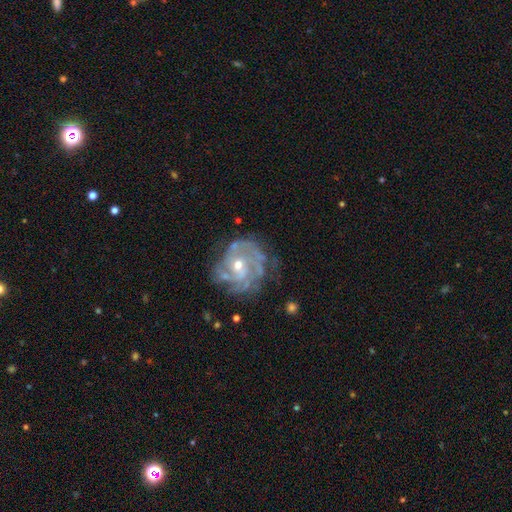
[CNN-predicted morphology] smooth_or_featured: featured or disk (p=0.87) [alt: star or artifact p=0.06]
disk_edge_on: no (p=0.98) [alt: yes p=0.02]
bar: no (p=0.72) [alt: weak p=0.23]
has_spiral_arms: yes (p=0.95) [alt: no p=0.05]
spiral_winding: tight (p=0.64) [alt: medium p=0.29]
spiral_arm_count: can't tell (p=0.28) [alt: 3 p=0.25]
bulge_size: small (p=0.52) [alt: moderate p=0.45]
merging: none (p=0.63) [alt: minor disturbance p=0.21]